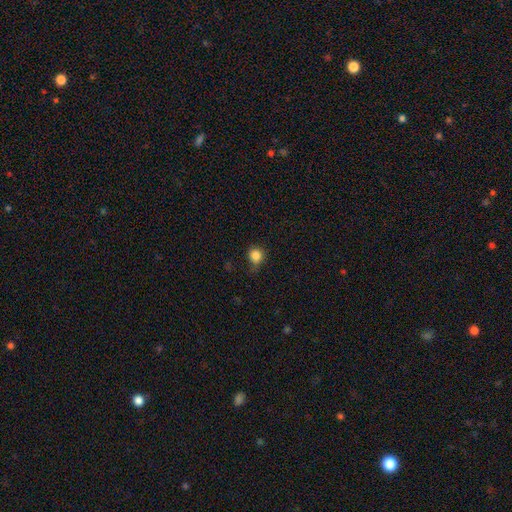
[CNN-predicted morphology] The model was most divided on "merging": none: 64%, minor disturbance: 27%, major disturbance: 7%, merger: 2%. More confident: smooth or featured — smooth (84%); how rounded — round (83%).